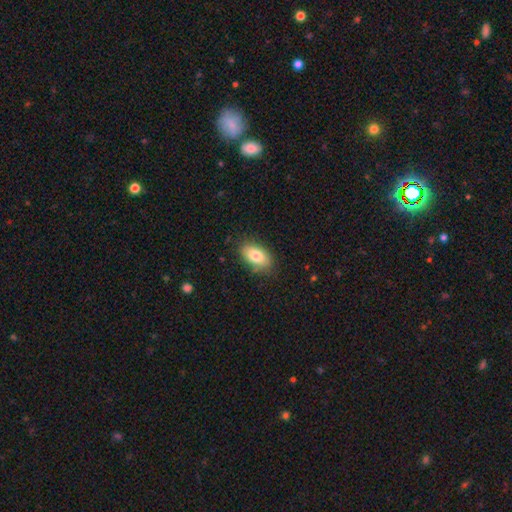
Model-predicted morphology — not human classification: Smooth or featured? smooth (81%)
How rounded? in between (92%)
Merging? none (83%)